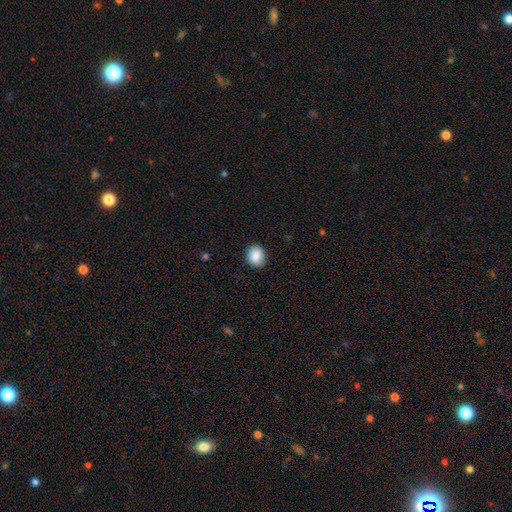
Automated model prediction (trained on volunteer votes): This is clearly a smooth galaxy (87%). How rounded: likely round (71%). Merging: clearly none (87%).